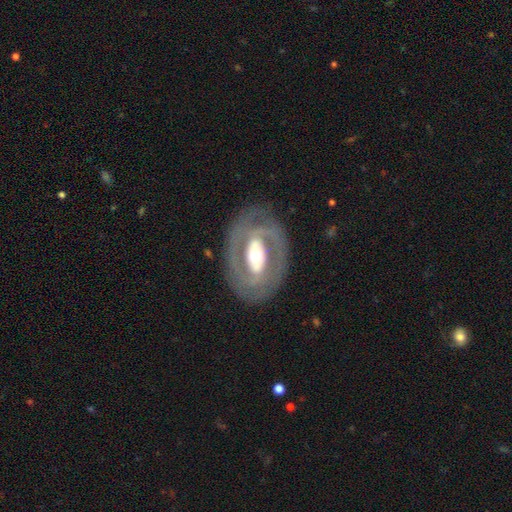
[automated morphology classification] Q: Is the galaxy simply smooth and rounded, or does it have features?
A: featured or disk — 80%.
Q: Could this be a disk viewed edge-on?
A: no — 94%.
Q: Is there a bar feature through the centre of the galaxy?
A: strong — 42%.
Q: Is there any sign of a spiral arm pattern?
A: yes — 68%.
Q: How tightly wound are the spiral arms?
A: tight — 55%.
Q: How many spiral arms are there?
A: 2 — 70%.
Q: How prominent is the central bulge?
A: moderate — 62%.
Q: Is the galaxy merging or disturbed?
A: none — 79%.